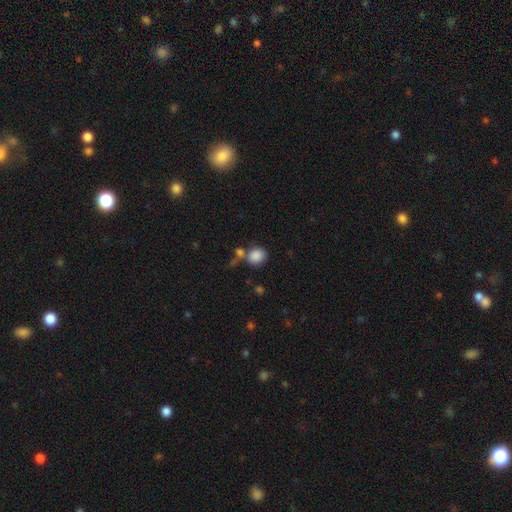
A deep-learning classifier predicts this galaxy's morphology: Smooth or featured: smooth — 87% (star or artifact — 9%)
How rounded: round — 78% (in between — 21%)
Merging: none — 61% (merger — 22%)